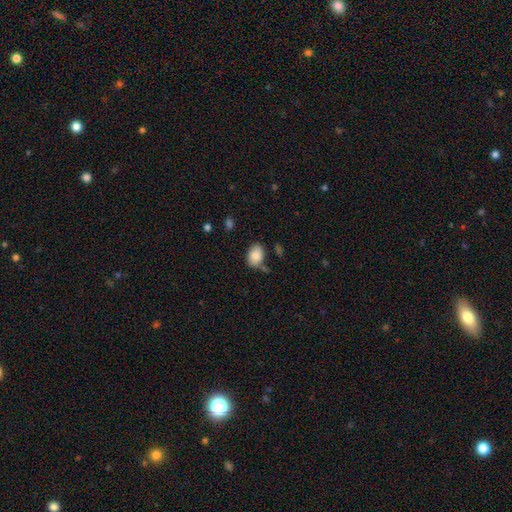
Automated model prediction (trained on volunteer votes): Smooth or featured? Predicted: smooth (p=0.86). How rounded? Predicted: in between (p=0.79). Merging? Predicted: none (p=0.64).